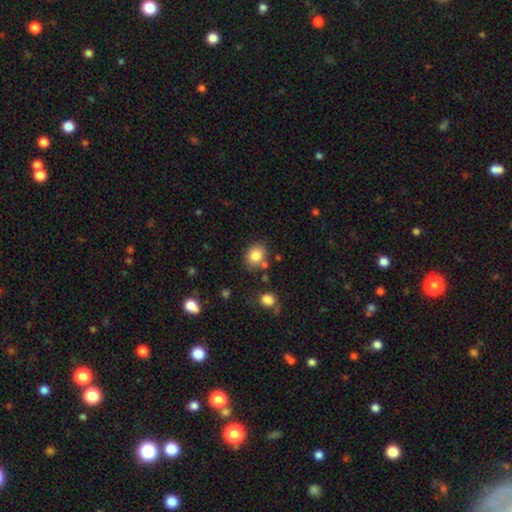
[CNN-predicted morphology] Smooth or featured? smooth (81%)
How rounded? round (59%)
Merging? none (75%)